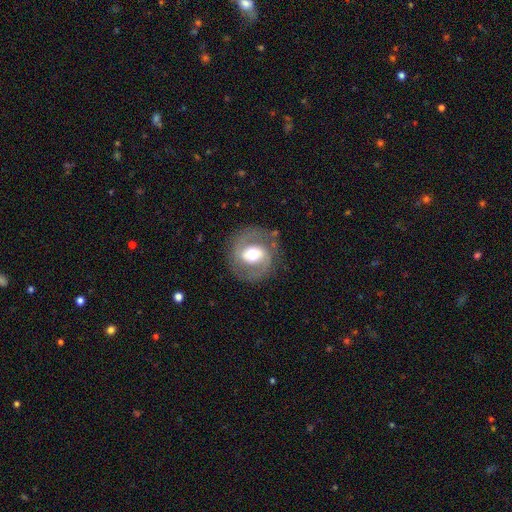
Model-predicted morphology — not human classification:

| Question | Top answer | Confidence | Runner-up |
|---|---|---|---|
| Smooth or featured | featured or disk | 76% | smooth (18%) |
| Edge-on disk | no | 97% | yes (3%) |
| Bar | weak | 43% | no (29%) |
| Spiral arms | yes | 83% | no (17%) |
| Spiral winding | medium | 51% | tight (32%) |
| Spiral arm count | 2 | 88% | can't tell (5%) |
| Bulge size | moderate | 65% | large (24%) |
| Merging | none | 80% | minor disturbance (12%) |